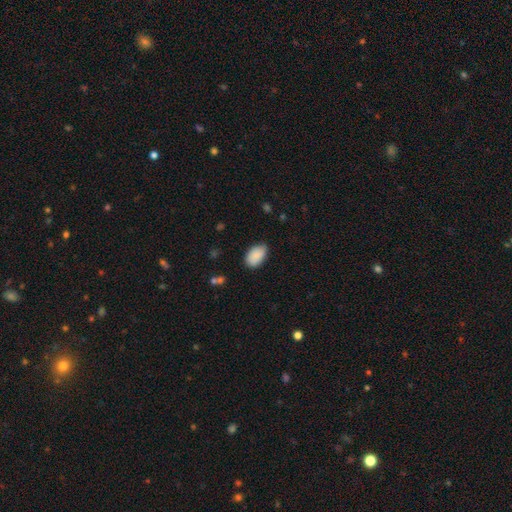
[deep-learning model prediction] smooth_or_featured: smooth (p=0.89) [alt: star or artifact p=0.06]
how_rounded: in between (p=0.93) [alt: round p=0.06]
merging: none (p=0.75) [alt: minor disturbance p=0.20]